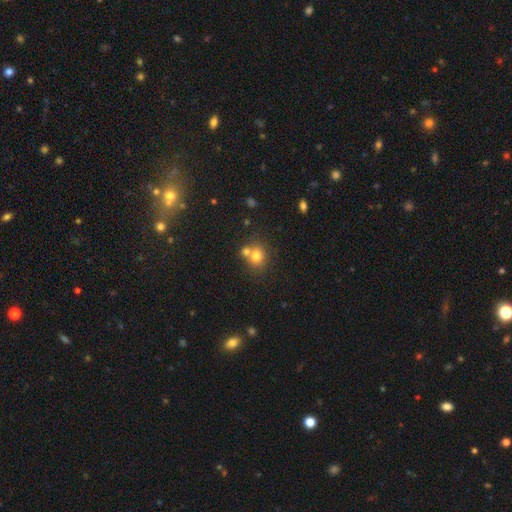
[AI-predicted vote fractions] Smooth or featured? Predicted: smooth (p=0.76). How rounded? Predicted: round (p=0.79). Merging? Predicted: none (p=0.51).